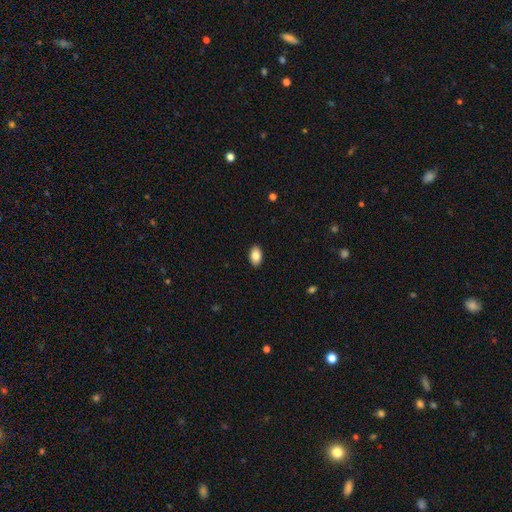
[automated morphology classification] A smooth galaxy with no disk features (85%) that is in between round and cigar-shaped (91%).

Vote fractions:
- Smooth or featured? smooth: 85% / featured or disk: 8% / star or artifact: 7%
- How rounded? in between: 91% / round: 8% / cigar-shaped: 1%
- Merging? none: 90% / minor disturbance: 7% / major disturbance: 2% / merger: 1%